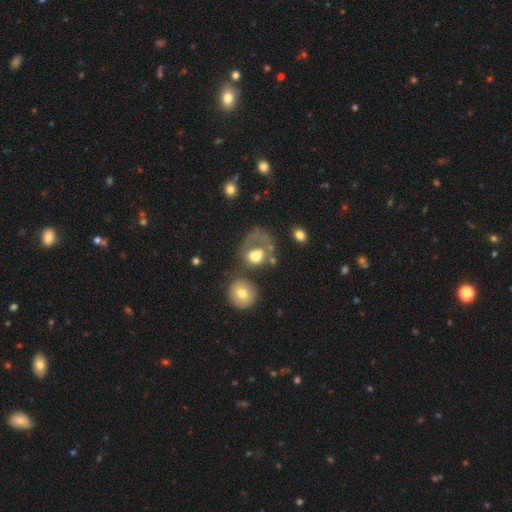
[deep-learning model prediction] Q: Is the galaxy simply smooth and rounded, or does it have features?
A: smooth — 59%.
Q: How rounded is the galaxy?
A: round — 56%.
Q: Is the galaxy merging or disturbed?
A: major disturbance — 44%.